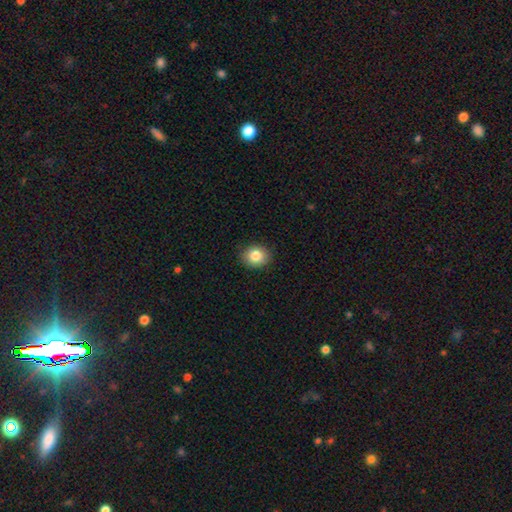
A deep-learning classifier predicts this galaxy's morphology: Q: Smooth or featured?
A: smooth (84%); runner-up: star or artifact (9%)
Q: How rounded?
A: round (69%); runner-up: in between (30%)
Q: Merging?
A: none (89%); runner-up: minor disturbance (8%)